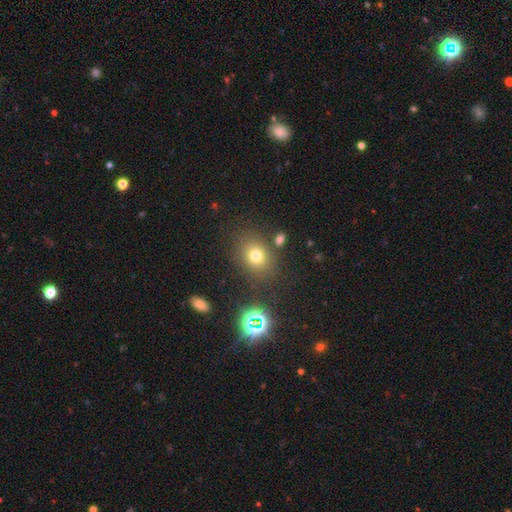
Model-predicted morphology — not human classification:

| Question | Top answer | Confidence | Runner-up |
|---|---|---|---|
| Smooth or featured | smooth | 71% | star or artifact (19%) |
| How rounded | round | 56% | in between (43%) |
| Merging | none | 78% | minor disturbance (11%) |